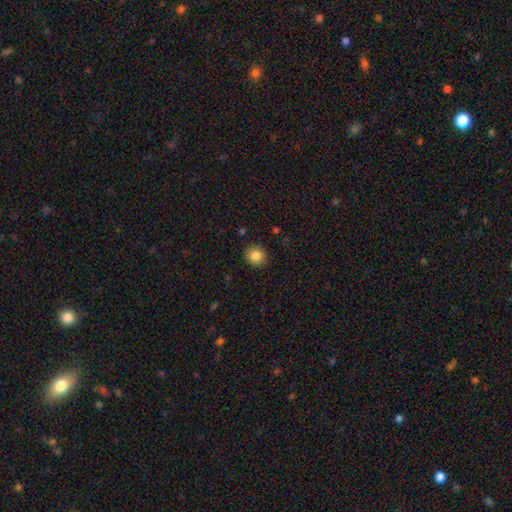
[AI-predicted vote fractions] This appears to be a smooth galaxy with no disk features (85%) that is round (84%). Merging: none (90%).